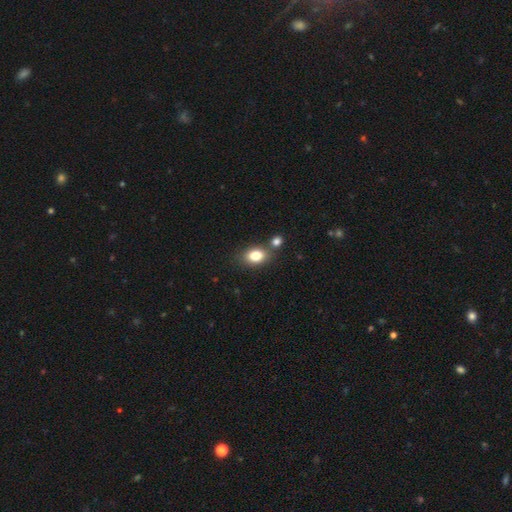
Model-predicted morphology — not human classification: smooth-or-featured: smooth: 80% | star or artifact: 10% | featured or disk: 10%
  how-rounded: in between: 71% | round: 27% | cigar-shaped: 2%
  merging: none: 66% | merger: 18% | minor disturbance: 12% | major disturbance: 3%